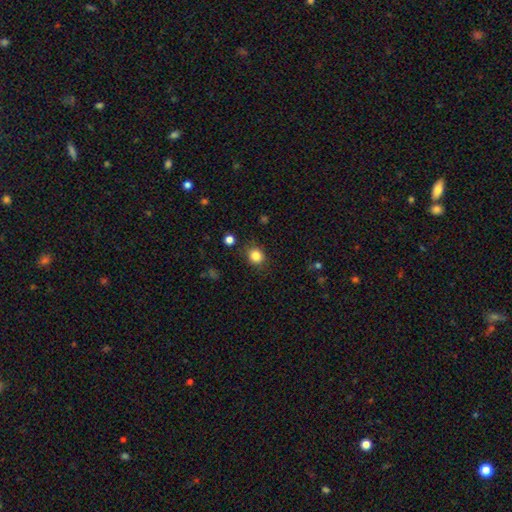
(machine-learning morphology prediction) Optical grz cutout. It shows a smooth galaxy with no disk features (84%) that is round (74%). Merging: none (85%).